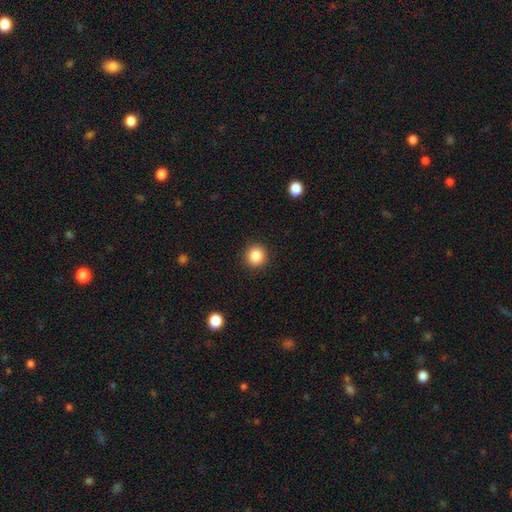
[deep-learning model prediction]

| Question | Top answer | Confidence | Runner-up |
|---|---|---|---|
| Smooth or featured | smooth | 86% | star or artifact (10%) |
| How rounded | round | 94% | in between (5%) |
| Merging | none | 92% | minor disturbance (5%) |